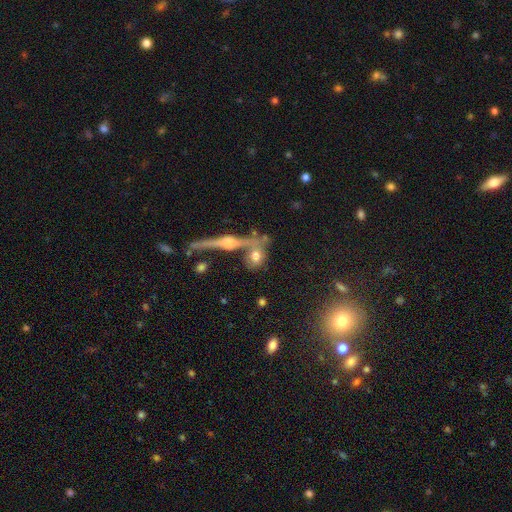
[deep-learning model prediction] This appears to be a smooth galaxy with no disk features (53%) that is round (50%). Merging: none (55%).